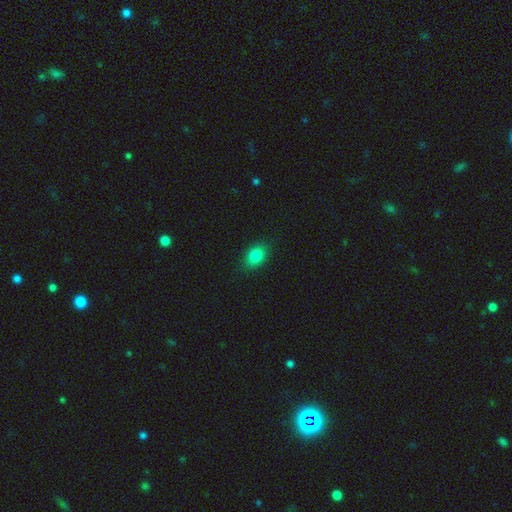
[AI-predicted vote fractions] A smooth galaxy with no disk features (84%) that is in between round and cigar-shaped (77%). Merging: none (85%).